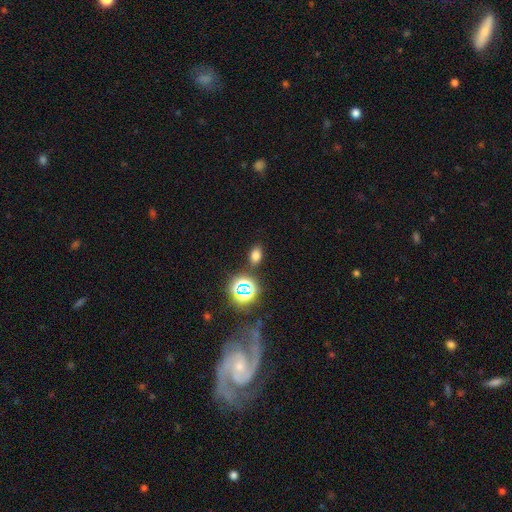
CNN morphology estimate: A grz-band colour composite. It shows a smooth galaxy with no disk features (67%) that is in between round and cigar-shaped (81%). Merging: none (84%).